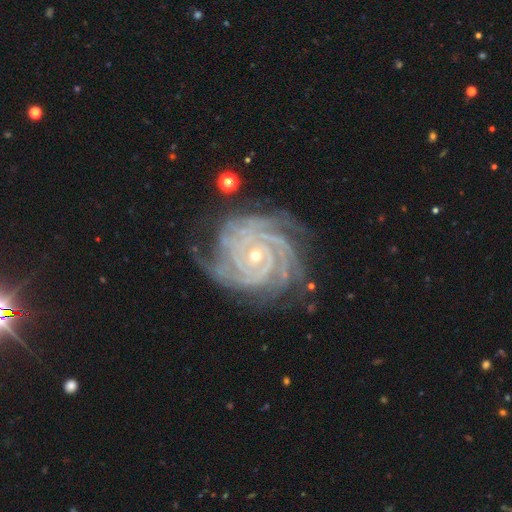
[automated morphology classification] featured or disk 92%, star or artifact 5%, smooth 3%. Down the decision tree: edge-on disk — no (98%); bar — no (68%); spiral arms — yes (99%); spiral arm count — 4 (29%); spiral winding — tight (82%); bulge size — small (68%); merging — none (68%).